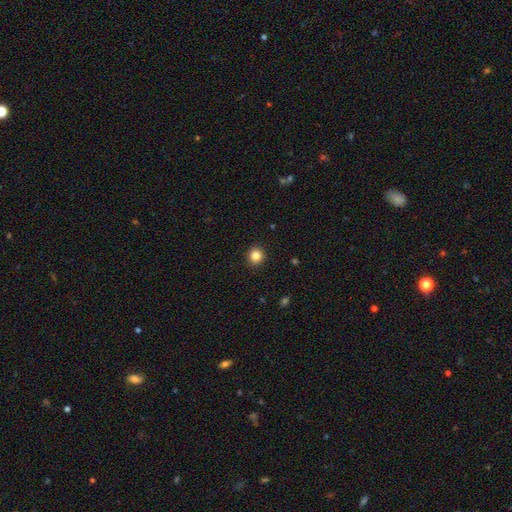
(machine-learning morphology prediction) The model was most divided on "smooth or featured": smooth: 84%, star or artifact: 12%, featured or disk: 5%. More confident: merging — none (93%); how rounded — round (91%).